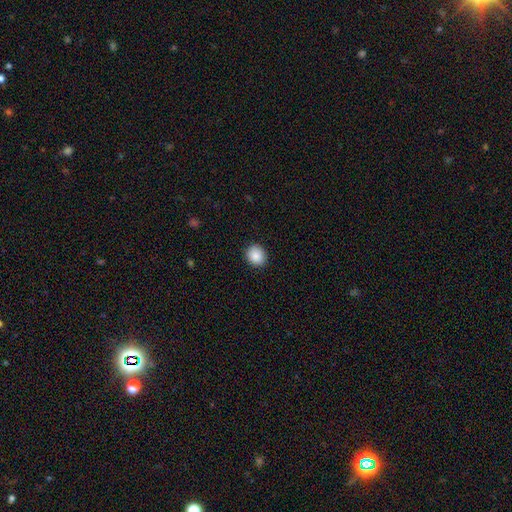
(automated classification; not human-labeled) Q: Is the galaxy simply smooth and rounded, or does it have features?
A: smooth — 88%.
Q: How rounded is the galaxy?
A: round — 74%.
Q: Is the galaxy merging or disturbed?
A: none — 91%.